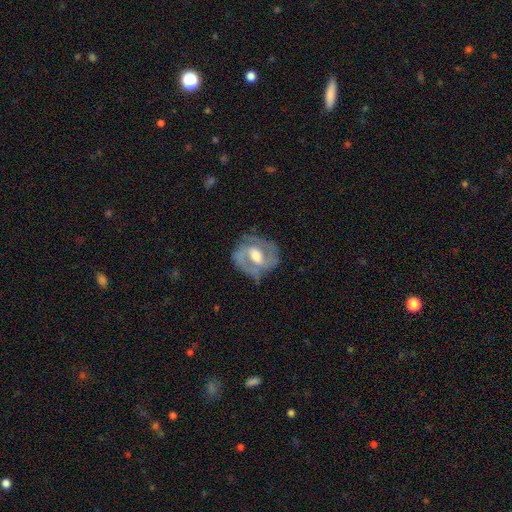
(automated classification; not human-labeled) featured or disk 81%, smooth 14%, star or artifact 6%. Down the decision tree: edge-on disk — no (97%); bar — weak (47%); spiral arms — yes (87%); spiral arm count — 2 (77%); spiral winding — medium (48%); bulge size — moderate (66%); merging — none (69%).